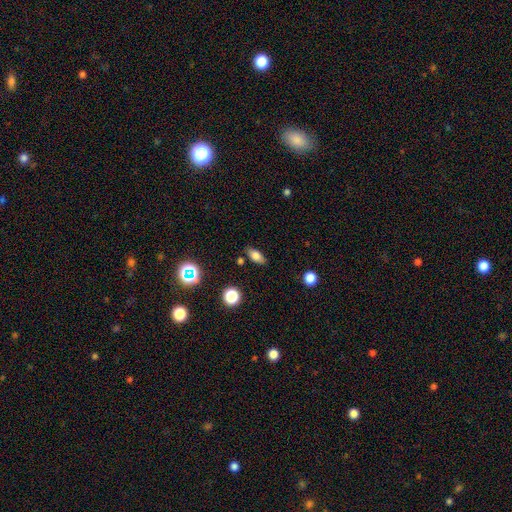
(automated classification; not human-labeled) Smooth or featured? smooth (76%)
How rounded? in between (81%)
Merging? none (84%)